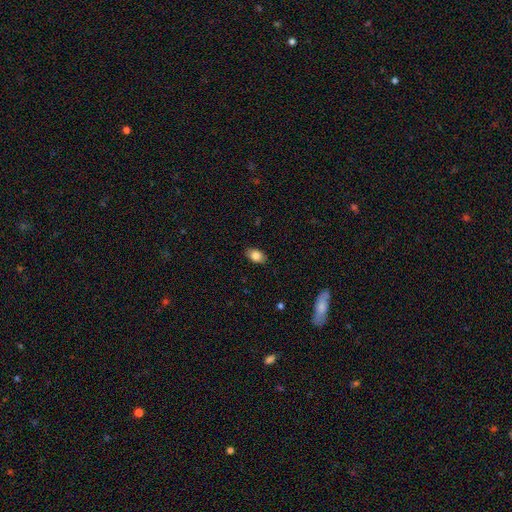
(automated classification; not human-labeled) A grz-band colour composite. It shows a smooth galaxy with no disk features (84%) that is in between round and cigar-shaped (88%). Merging: none (86%).